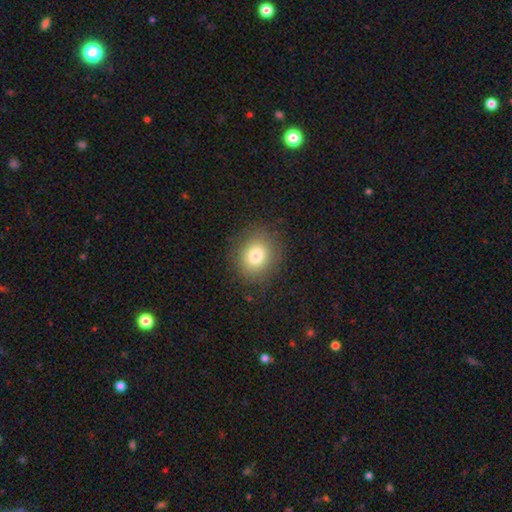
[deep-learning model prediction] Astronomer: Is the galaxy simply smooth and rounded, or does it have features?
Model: smooth — 80%.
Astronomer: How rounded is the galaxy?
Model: round — 73%.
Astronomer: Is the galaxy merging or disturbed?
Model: none — 86%.